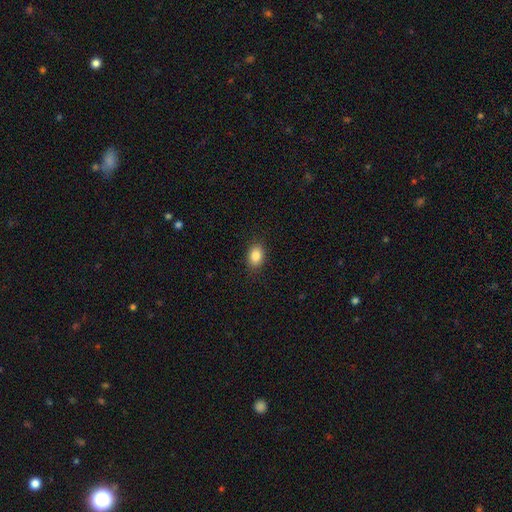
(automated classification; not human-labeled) A smooth galaxy with no disk features (86%) that is in between round and cigar-shaped (76%).

Vote fractions:
- Smooth or featured? smooth: 86% / star or artifact: 9% / featured or disk: 5%
- How rounded? in between: 76% / round: 22% / cigar-shaped: 1%
- Merging? none: 88% / minor disturbance: 9% / major disturbance: 2% / merger: 1%